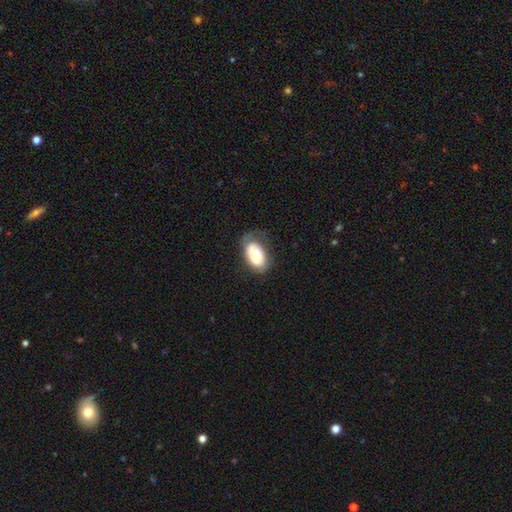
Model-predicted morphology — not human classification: smooth 70%, featured or disk 23%, star or artifact 7%. Down the decision tree: how rounded — in between (93%); merging — none (45%).